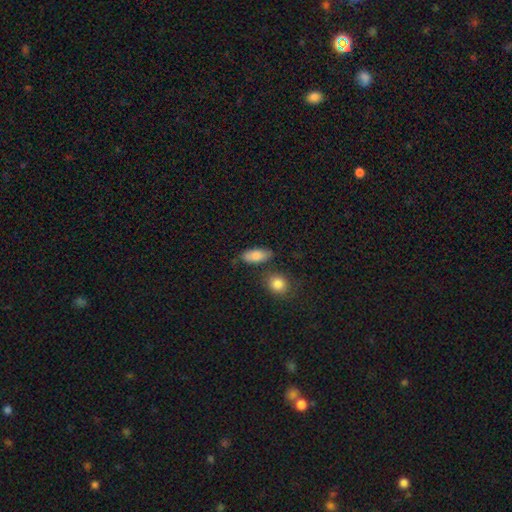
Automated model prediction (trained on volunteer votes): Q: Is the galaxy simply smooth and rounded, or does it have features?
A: smooth — 82%.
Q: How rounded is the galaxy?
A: in between — 86%.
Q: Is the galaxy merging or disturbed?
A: none — 71%.